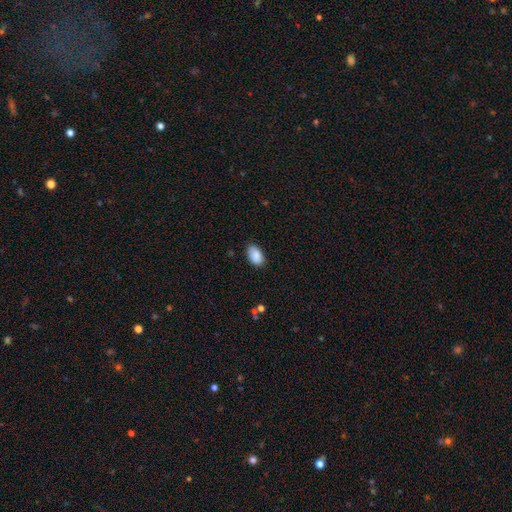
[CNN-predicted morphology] This is clearly a smooth galaxy (89%). How rounded: clearly in between (93%). Merging: likely none (79%).